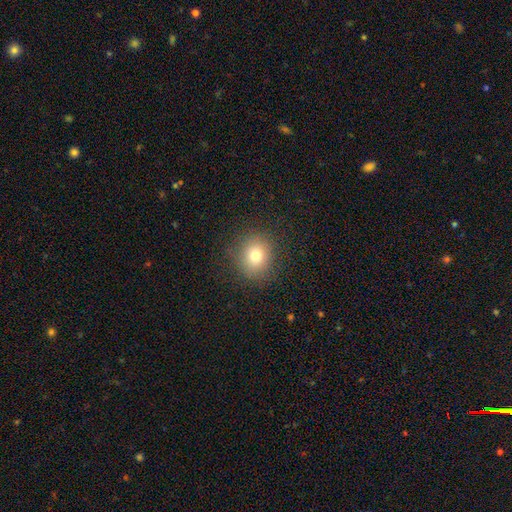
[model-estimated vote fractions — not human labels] A smooth galaxy with no disk features (78%) that is round (76%). Merging: none (87%).